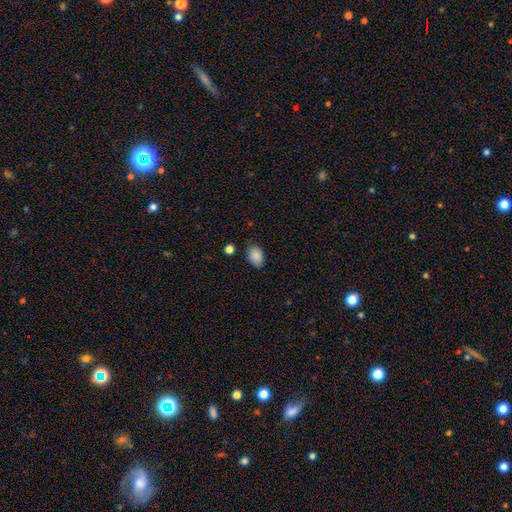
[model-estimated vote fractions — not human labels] Smooth or featured? Predicted: smooth (p=0.87). How rounded? Predicted: in between (p=0.72). Merging? Predicted: none (p=0.77).